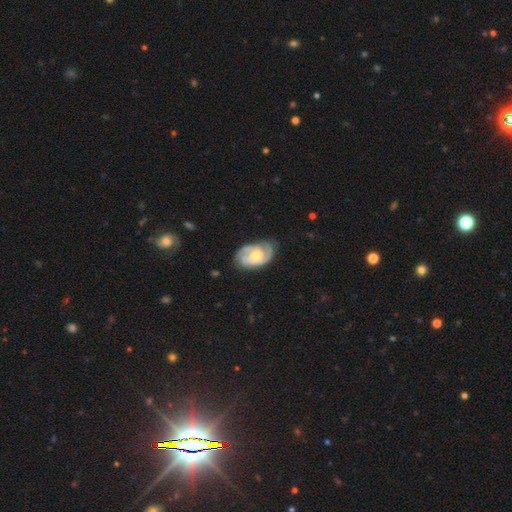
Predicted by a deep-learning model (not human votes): smooth-or-featured: featured or disk: 84% | smooth: 12% | star or artifact: 4%
  disk-edge-on: no: 97% | yes: 3%
    bar: no: 66% | weak: 29% | strong: 5%
    has-spiral-arms: yes: 96% | no: 4%
      spiral-winding: tight: 53% | medium: 38% | loose: 8%
      spiral-arm-count: 2: 50% | 3: 28% | can't tell: 13% | 1: 4% | 4: 3% | more than 4: 3%
    bulge-size: moderate: 58% | small: 36% | large: 4% | none: 2% | dominant: 1%
  merging: none: 72% | minor disturbance: 20% | major disturbance: 6% | merger: 1%